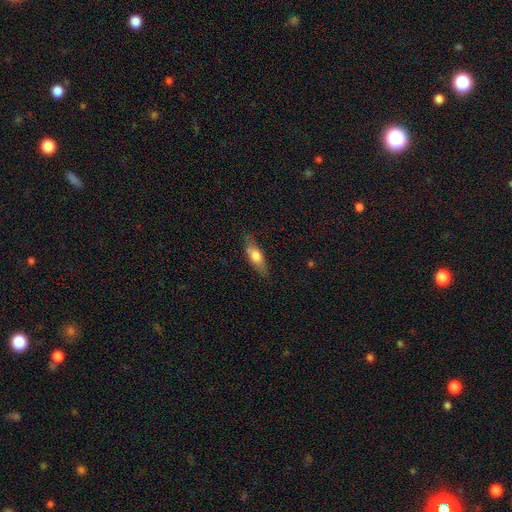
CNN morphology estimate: A smooth galaxy with no disk features (65%) that is in between round and cigar-shaped (56%). Merging: none (77%).